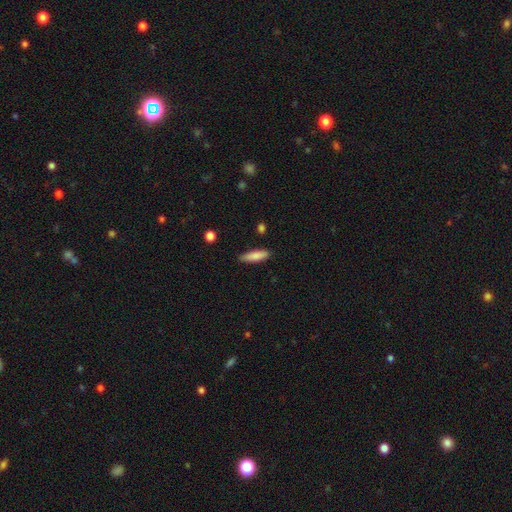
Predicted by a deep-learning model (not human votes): This is clearly a smooth galaxy (84%). How rounded: possibly cigar-shaped (58%). Merging: clearly none (82%).